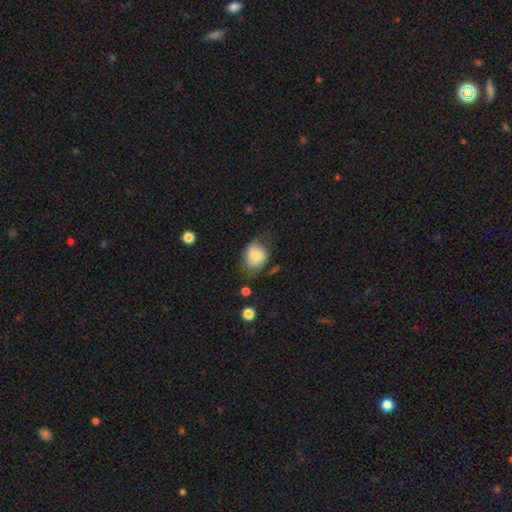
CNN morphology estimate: Smooth or featured: smooth — 75% (featured or disk — 17%)
How rounded: round — 59% (in between — 40%)
Merging: none — 52% (minor disturbance — 31%)